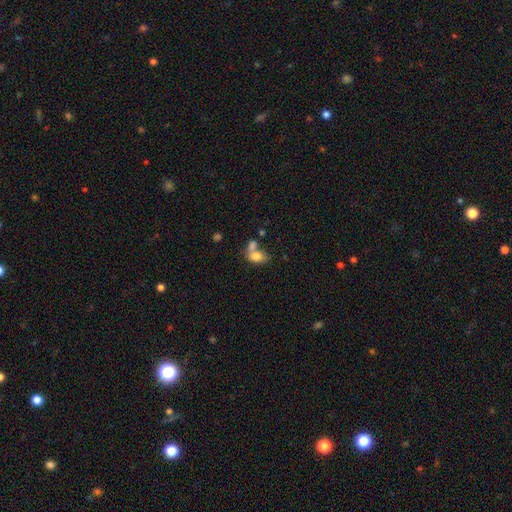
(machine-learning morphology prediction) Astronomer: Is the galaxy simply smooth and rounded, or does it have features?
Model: smooth — 77%.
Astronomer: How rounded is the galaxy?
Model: in between — 86%.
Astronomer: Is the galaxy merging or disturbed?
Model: merger — 51% (runner-up: none, 31%).